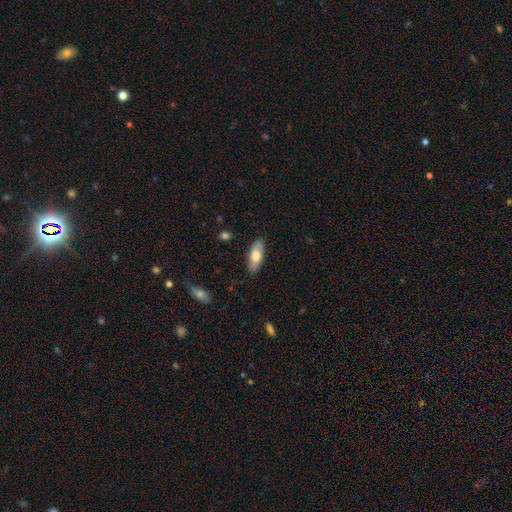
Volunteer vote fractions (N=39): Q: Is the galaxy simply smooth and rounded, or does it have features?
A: smooth — 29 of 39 (74%).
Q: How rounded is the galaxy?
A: in between — 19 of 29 (66%).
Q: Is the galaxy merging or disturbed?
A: none — 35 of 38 (92%).